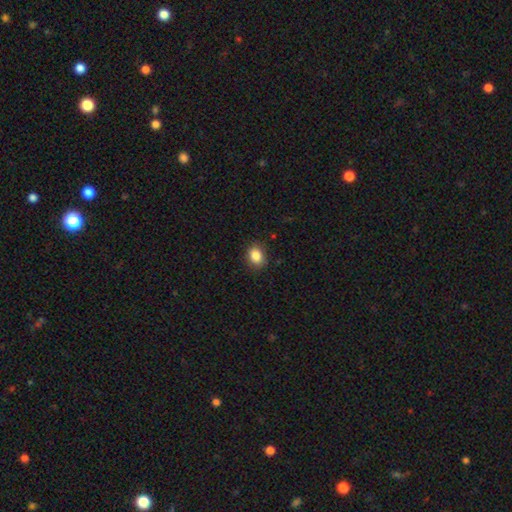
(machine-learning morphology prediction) smooth 86%, star or artifact 10%, featured or disk 5%. Down the decision tree: how rounded — in between (54%); merging — none (85%).